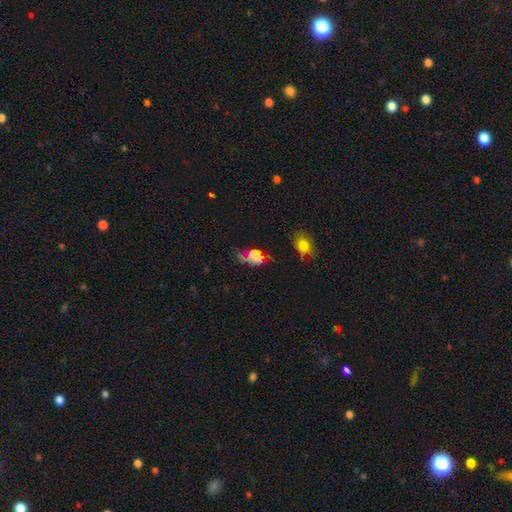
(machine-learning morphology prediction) Smooth or featured? smooth (53%)
How rounded? in between (85%)
Merging? none (47%)